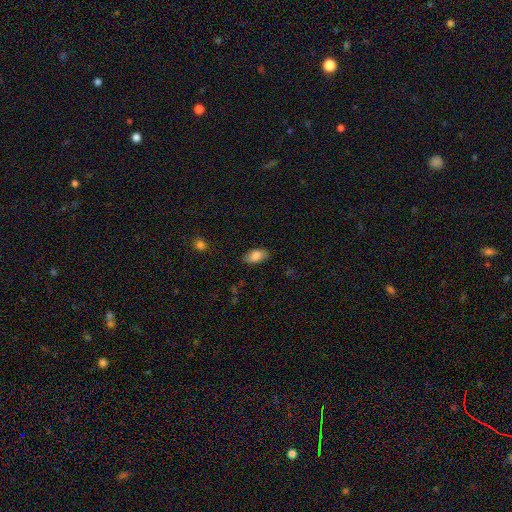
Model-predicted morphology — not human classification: smooth-or-featured: smooth: 79% | featured or disk: 14% | star or artifact: 7%
  how-rounded: in between: 93% | round: 4% | cigar-shaped: 3%
  merging: none: 82% | minor disturbance: 14% | major disturbance: 3% | merger: 1%